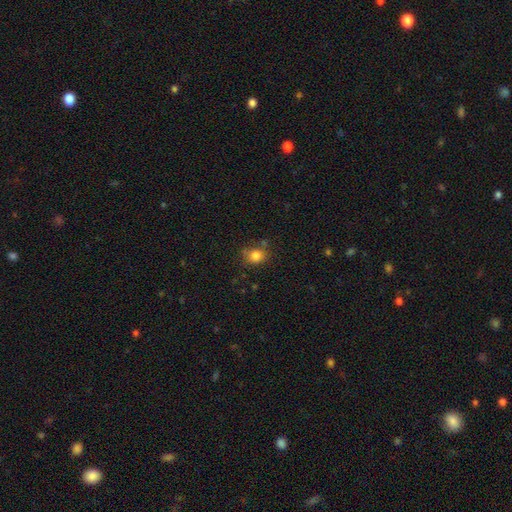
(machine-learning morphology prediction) smooth-or-featured: smooth: 82% | star or artifact: 11% | featured or disk: 7%
  how-rounded: round: 72% | in between: 27% | cigar-shaped: 1%
  merging: none: 70% | minor disturbance: 18% | merger: 7% | major disturbance: 5%